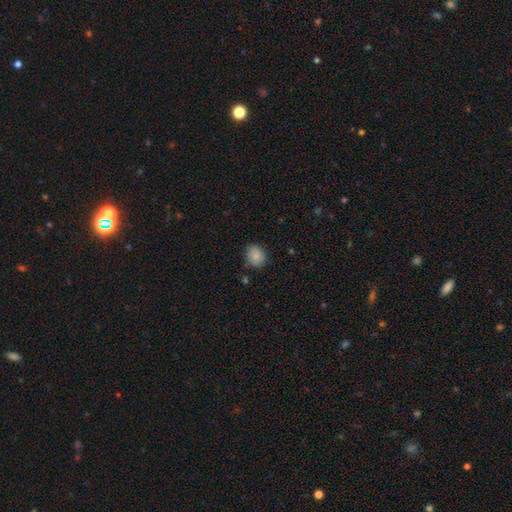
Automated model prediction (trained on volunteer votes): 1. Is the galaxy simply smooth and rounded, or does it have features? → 86% smooth, 8% star or artifact, 5% featured or disk.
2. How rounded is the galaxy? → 61% round, 39% in between, 1% cigar-shaped.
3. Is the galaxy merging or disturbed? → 80% none, 15% minor disturbance, 3% major disturbance, 2% merger.